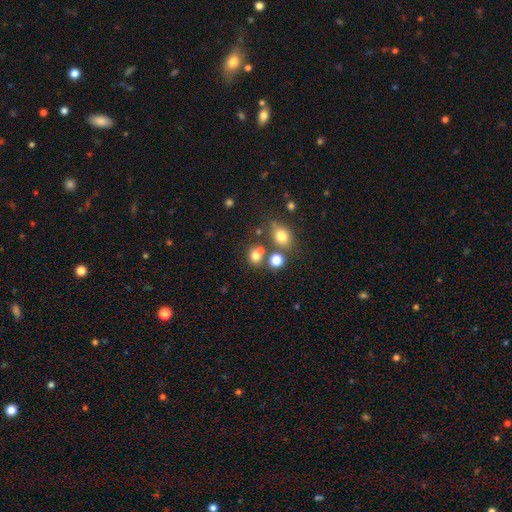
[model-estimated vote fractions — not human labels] smooth 72%, star or artifact 17%, featured or disk 11%. Down the decision tree: how rounded — round (73%); merging — none (56%).